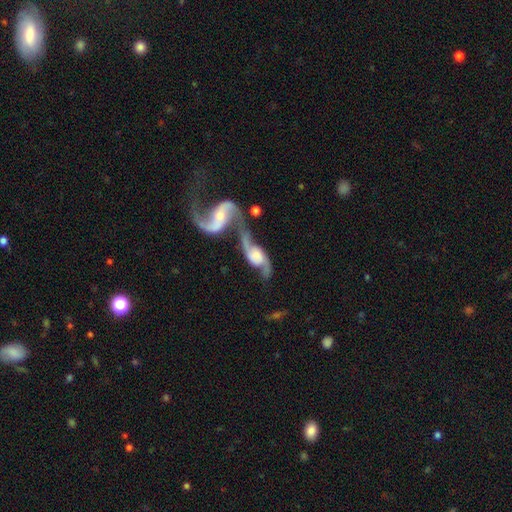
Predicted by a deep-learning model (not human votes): The model was most divided on "bulge size": moderate: 33%, small: 28%, large: 21%, none: 14%, dominant: 4%. More confident: spiral arms — yes (95%); edge-on disk — no (92%); spiral arm count — 2 (91%); smooth or featured — featured or disk (84%); spiral winding — loose (69%); merging — merger (67%); bar — no (50%).